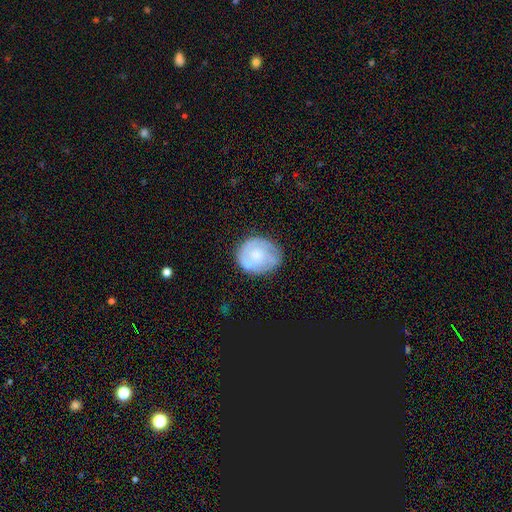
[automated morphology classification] smooth_or_featured: smooth (p=0.47) [alt: featured or disk p=0.46]
merging: none (p=0.65) [alt: minor disturbance p=0.23]